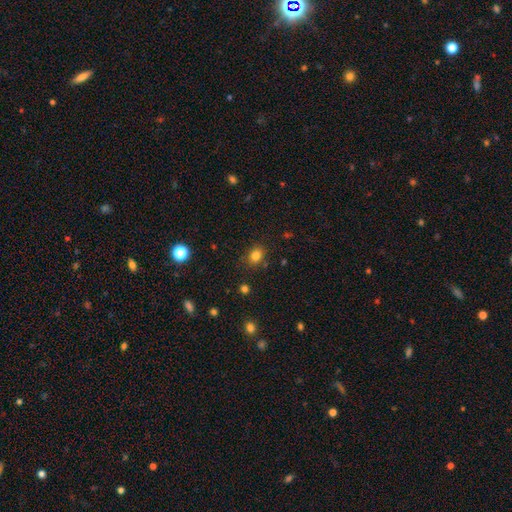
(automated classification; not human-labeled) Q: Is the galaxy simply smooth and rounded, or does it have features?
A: smooth — 81%.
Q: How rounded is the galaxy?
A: round — 59%.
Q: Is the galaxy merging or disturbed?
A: none — 83%.